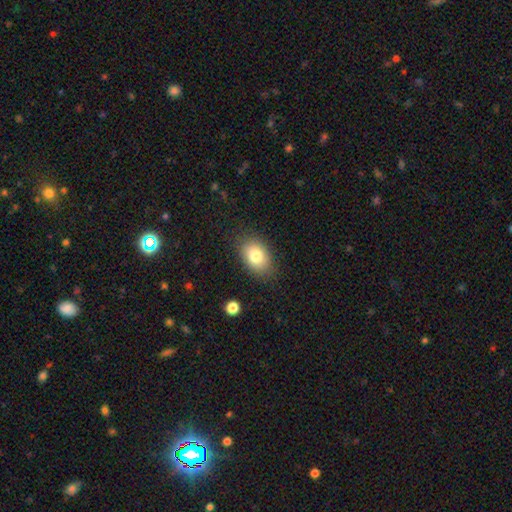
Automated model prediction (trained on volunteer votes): This appears to be a smooth galaxy with no disk features (80%) that is in between round and cigar-shaped (82%). Merging: none (83%).